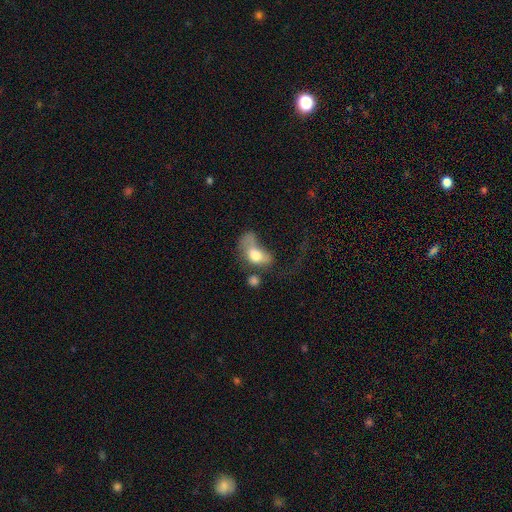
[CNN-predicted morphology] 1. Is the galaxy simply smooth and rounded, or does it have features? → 64% smooth, 28% featured or disk, 9% star or artifact.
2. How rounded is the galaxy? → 82% in between, 15% round, 3% cigar-shaped.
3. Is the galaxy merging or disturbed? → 48% major disturbance, 27% merger, 13% none, 12% minor disturbance.